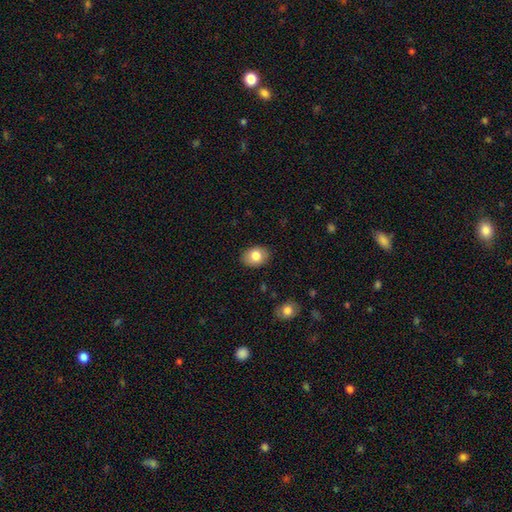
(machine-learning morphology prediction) smooth 81%, featured or disk 11%, star or artifact 8%. Down the decision tree: how rounded — in between (68%); merging — none (87%).